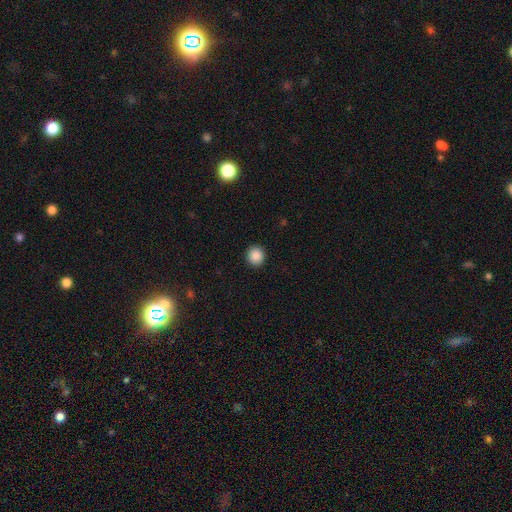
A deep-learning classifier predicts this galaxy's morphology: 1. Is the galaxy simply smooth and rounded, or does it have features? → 88% smooth, 9% star or artifact, 3% featured or disk.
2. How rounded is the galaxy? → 92% round, 7% in between, 1% cigar-shaped.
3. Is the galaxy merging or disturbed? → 93% none, 5% minor disturbance, 2% major disturbance, 1% merger.